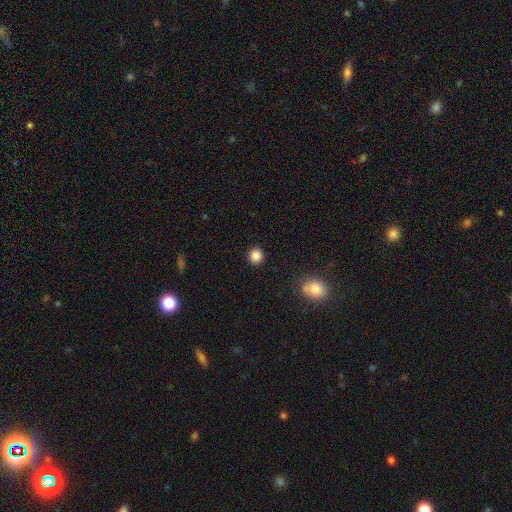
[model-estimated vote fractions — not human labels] Q: Smooth or featured?
A: smooth (87%); runner-up: star or artifact (10%)
Q: How rounded?
A: round (90%); runner-up: in between (9%)
Q: Merging?
A: none (91%); runner-up: minor disturbance (6%)